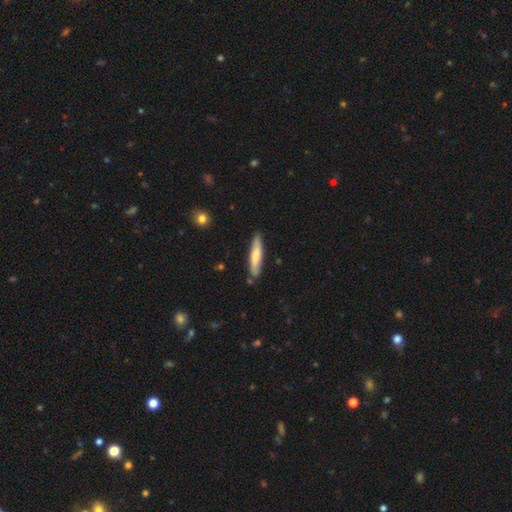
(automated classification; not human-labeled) Smooth or featured: smooth — 64% (featured or disk — 31%)
How rounded: cigar-shaped — 85% (in between — 13%)
Merging: none — 82% (minor disturbance — 13%)